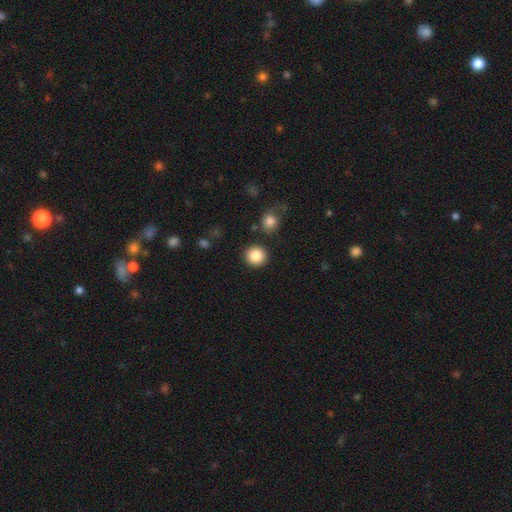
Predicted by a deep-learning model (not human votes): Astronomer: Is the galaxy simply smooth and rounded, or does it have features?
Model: smooth — 85%.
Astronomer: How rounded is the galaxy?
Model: round — 93%.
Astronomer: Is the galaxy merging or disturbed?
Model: none — 88%.